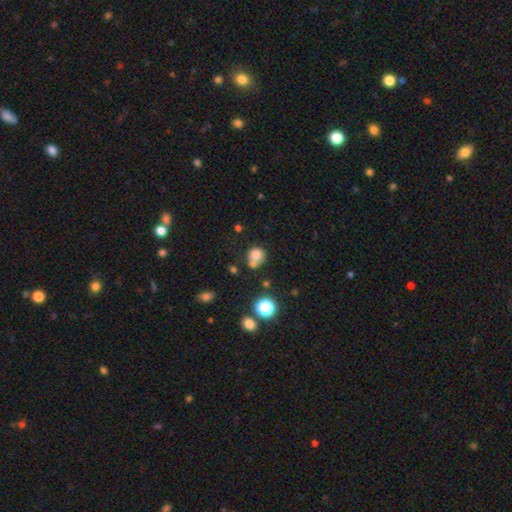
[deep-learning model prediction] smooth_or_featured: smooth (p=0.76) [alt: star or artifact p=0.14]
how_rounded: round (p=0.76) [alt: in between p=0.23]
merging: none (p=0.45) [alt: merger p=0.32]